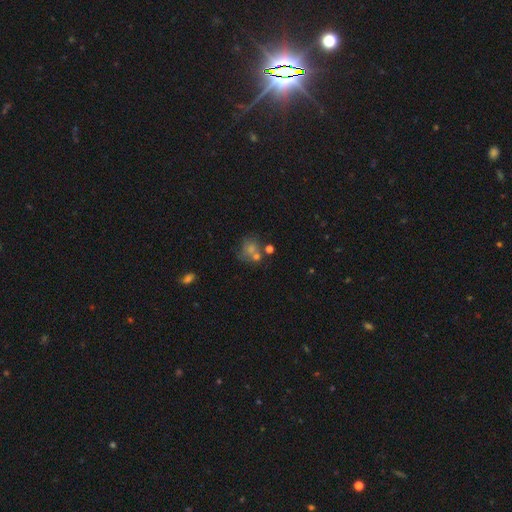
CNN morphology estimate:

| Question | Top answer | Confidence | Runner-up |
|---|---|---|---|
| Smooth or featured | smooth | 53% | star or artifact (26%) |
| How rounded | round | 74% | in between (25%) |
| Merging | none | 50% | merger (24%) |